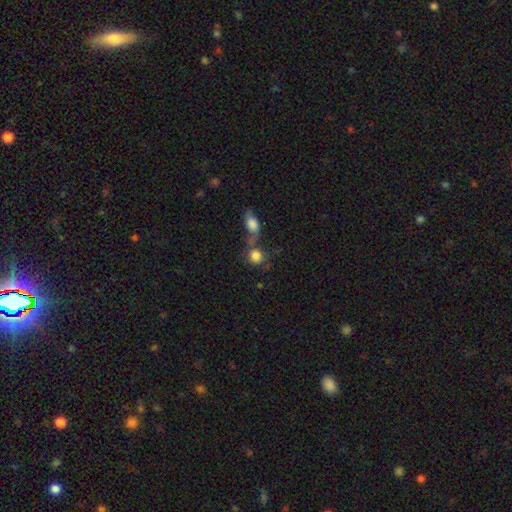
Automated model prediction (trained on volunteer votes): A smooth galaxy with no disk features (82%) that is round (81%). Merging: none (43%).